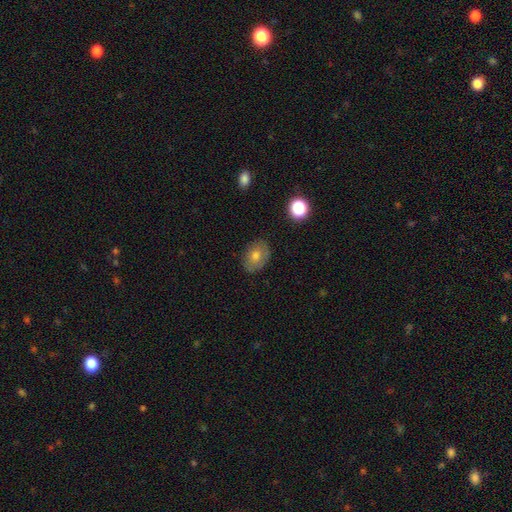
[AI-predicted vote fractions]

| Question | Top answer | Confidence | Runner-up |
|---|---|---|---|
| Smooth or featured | smooth | 63% | featured or disk (26%) |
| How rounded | in between | 63% | round (36%) |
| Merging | none | 82% | minor disturbance (13%) |